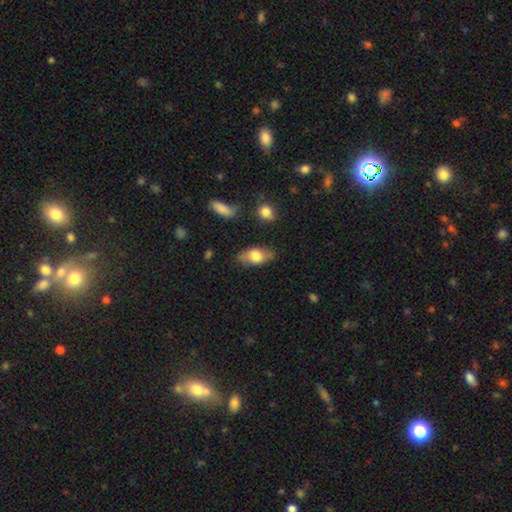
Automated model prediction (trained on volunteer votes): Overall: smooth (69%). How rounded: in between (85%). Merging: none (80%).